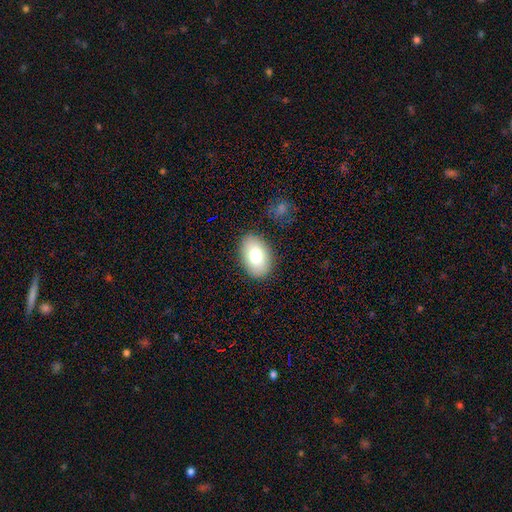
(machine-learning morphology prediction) Q: Smooth or featured?
A: smooth (79%); runner-up: featured or disk (14%)
Q: How rounded?
A: in between (90%); runner-up: round (9%)
Q: Merging?
A: none (86%); runner-up: minor disturbance (10%)